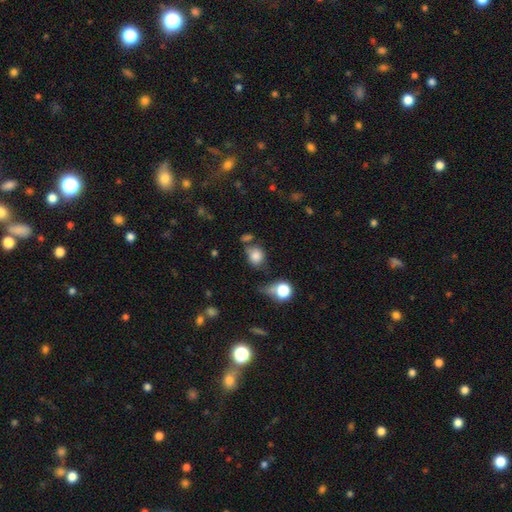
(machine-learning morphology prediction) This is likely a smooth galaxy (80%). How rounded: likely round (65%). Merging: possibly none (53%).